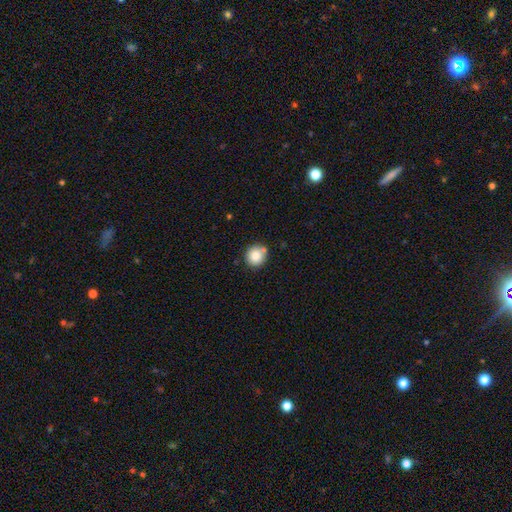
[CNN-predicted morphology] This appears to be a smooth galaxy with no disk features (83%) that is round (92%). Merging: none (76%).